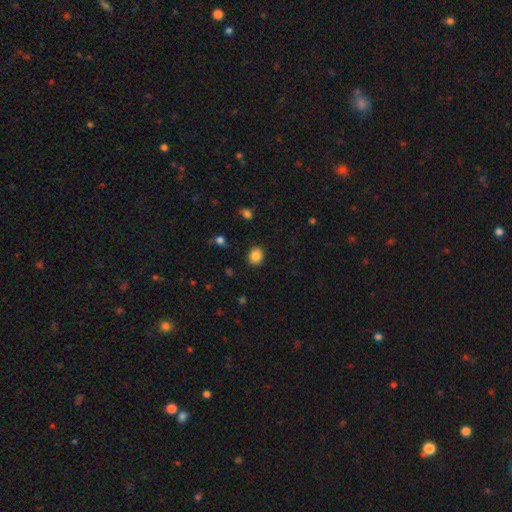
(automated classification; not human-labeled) Morphology: type=smooth (86%); roundness=round (70%); merging=none (89%).